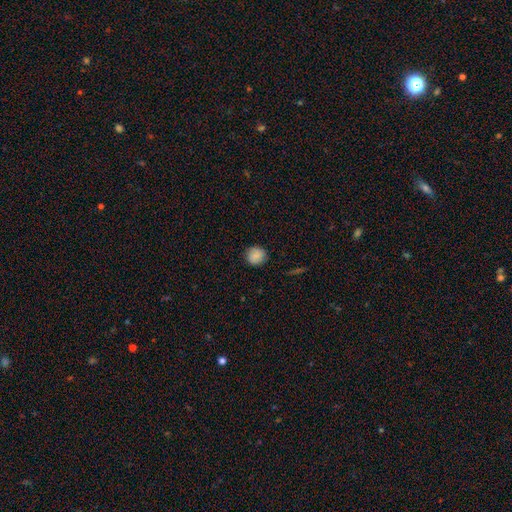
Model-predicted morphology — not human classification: Smooth or featured? smooth (86%)
How rounded? round (90%)
Merging? none (89%)